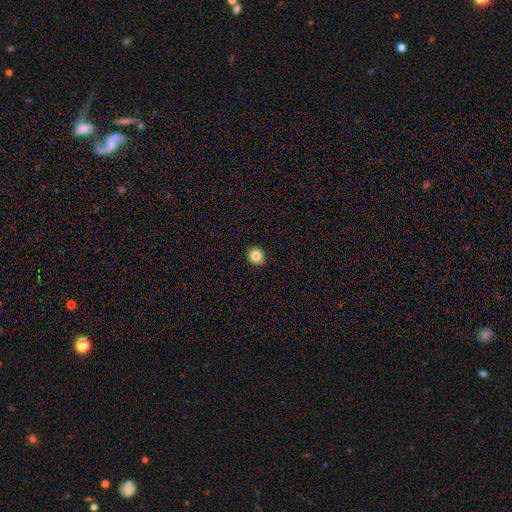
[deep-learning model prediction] This is clearly a smooth galaxy (84%). How rounded: clearly round (83%). Merging: clearly none (90%).